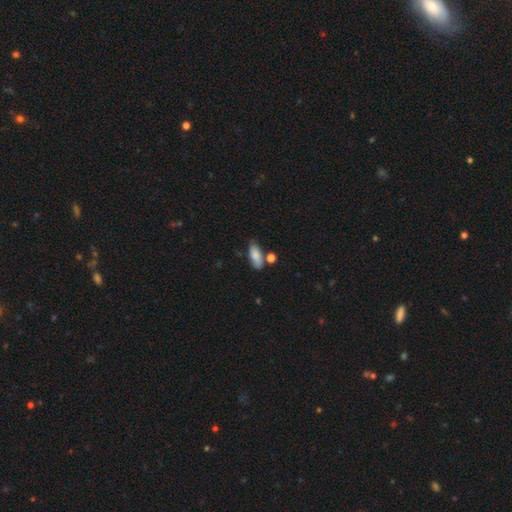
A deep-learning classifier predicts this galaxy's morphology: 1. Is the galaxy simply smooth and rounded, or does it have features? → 80% smooth, 12% featured or disk, 7% star or artifact.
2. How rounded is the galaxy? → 82% in between, 14% cigar-shaped, 3% round.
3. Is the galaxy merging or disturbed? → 66% none, 19% minor disturbance, 11% merger, 4% major disturbance.